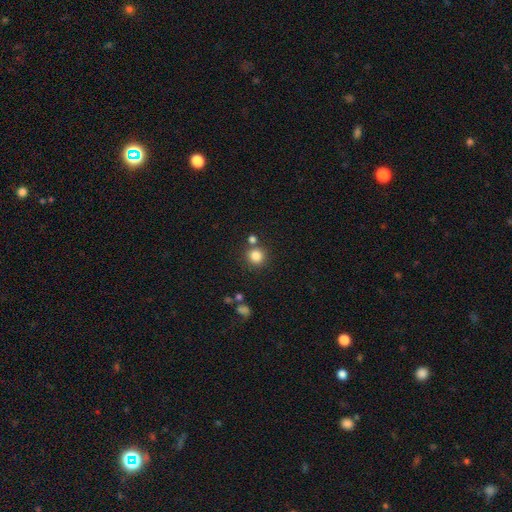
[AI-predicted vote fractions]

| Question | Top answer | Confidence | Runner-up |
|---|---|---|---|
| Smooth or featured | smooth | 84% | star or artifact (11%) |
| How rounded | round | 91% | in between (8%) |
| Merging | none | 76% | merger (12%) |